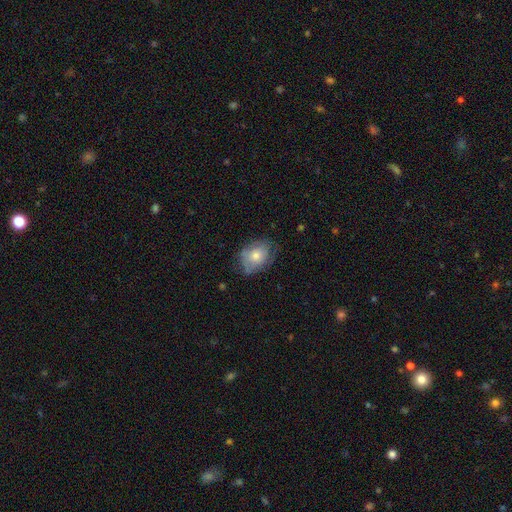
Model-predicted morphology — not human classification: smooth 59%, featured or disk 32%, star or artifact 9%. Down the decision tree: how rounded — in between (66%); merging — none (62%).